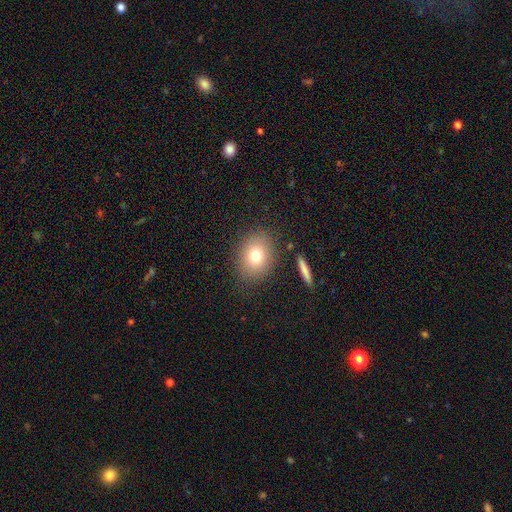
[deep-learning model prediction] smooth_or_featured: smooth (p=0.75) [alt: featured or disk p=0.14]
how_rounded: in between (p=0.56) [alt: round p=0.43]
merging: none (p=0.84) [alt: minor disturbance p=0.10]